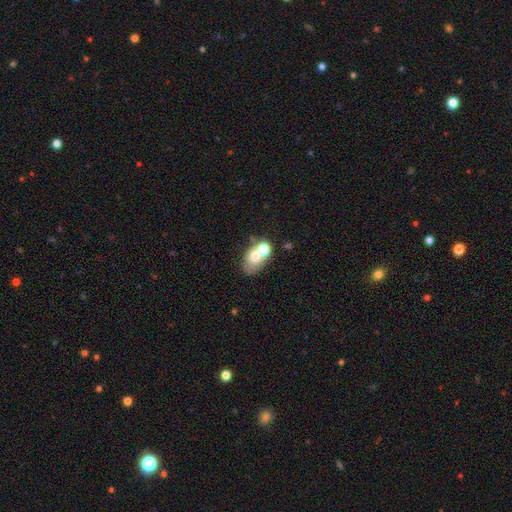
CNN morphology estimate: This is likely a smooth galaxy (62%). How rounded: likely in between (72%). Merging: possibly merger (51%).